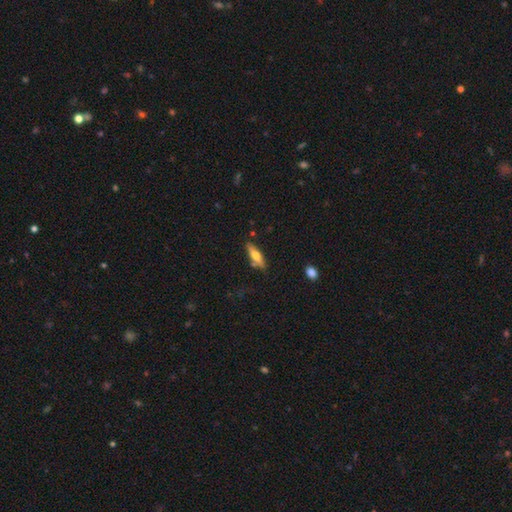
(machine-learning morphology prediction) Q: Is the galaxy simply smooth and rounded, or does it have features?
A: smooth — 56%.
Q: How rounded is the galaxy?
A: cigar-shaped — 61%.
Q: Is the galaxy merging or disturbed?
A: none — 75%.